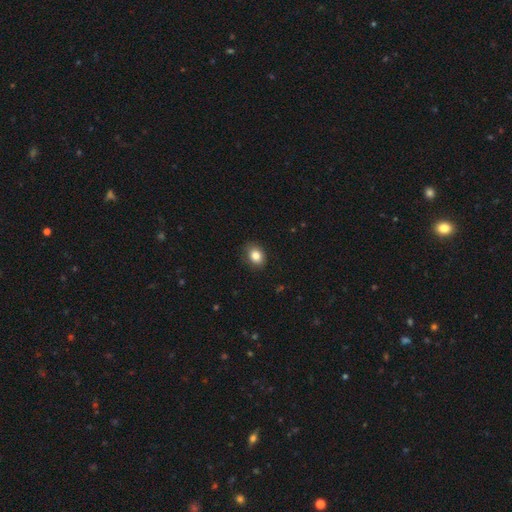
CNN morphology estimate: Overall: smooth (85%). How rounded: in between (62%; round 37%). Merging: none (84%).